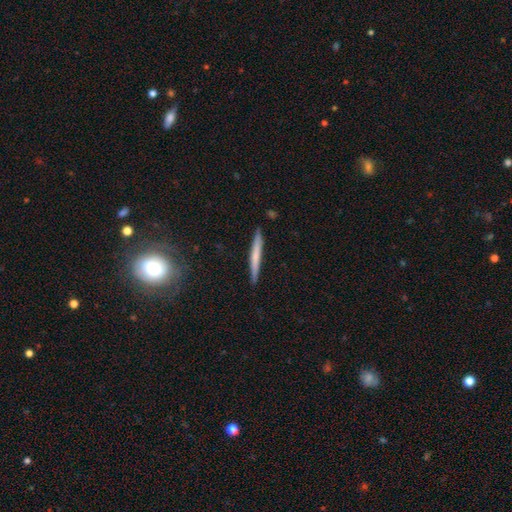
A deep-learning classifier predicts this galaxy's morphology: This appears to be a smooth galaxy with no disk features (57%) that is cigar-shaped (96%). Merging: none (90%).